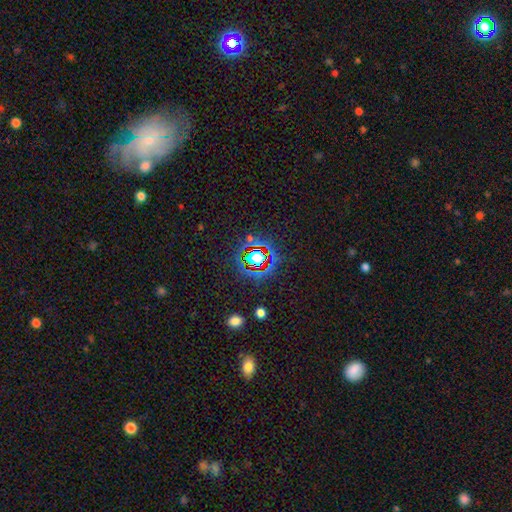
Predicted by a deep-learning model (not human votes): smooth_or_featured: star or artifact (p=0.69) [alt: smooth p=0.20]